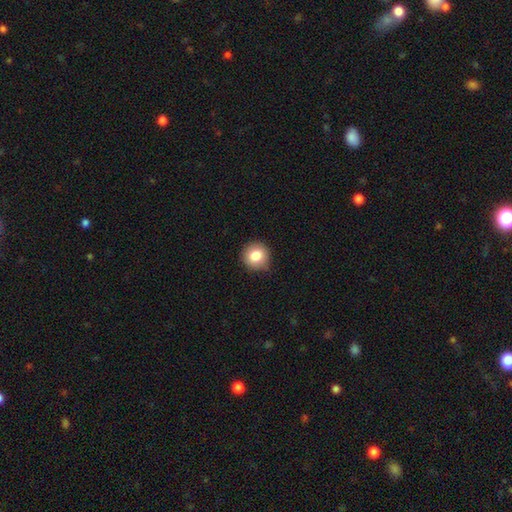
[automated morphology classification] Overall: smooth (83%). How rounded: round (93%). Merging: none (81%).